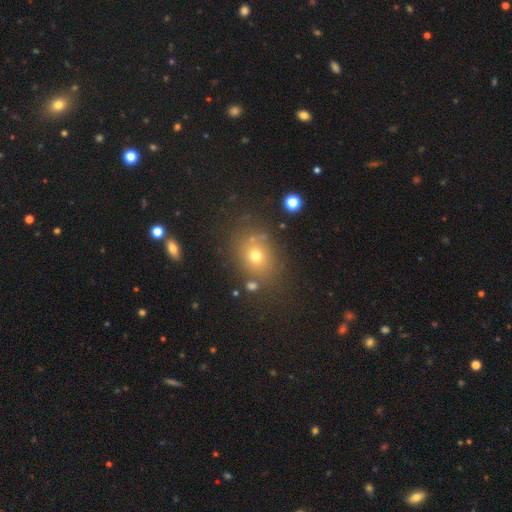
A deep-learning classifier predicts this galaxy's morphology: Smooth or featured?
  - smooth: 67% *
  - star or artifact: 19%
  - featured or disk: 14%
How rounded?
  - round: 57% *
  - in between: 42%
  - cigar-shaped: 1%
Merging?
  - none: 75% *
  - minor disturbance: 13%
  - merger: 7%
  - major disturbance: 6%